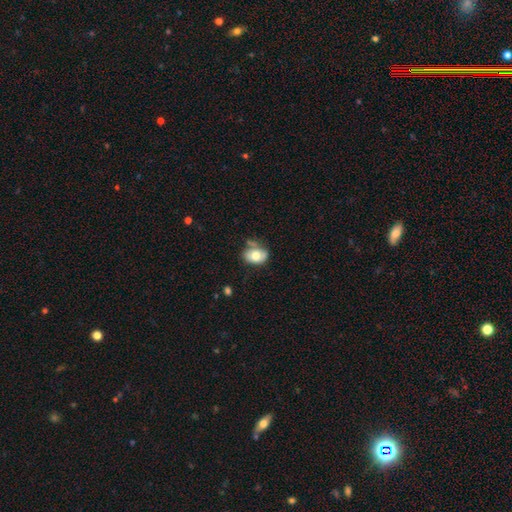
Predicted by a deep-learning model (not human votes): smooth_or_featured: smooth (p=0.67) [alt: featured or disk p=0.25]
how_rounded: in between (p=0.68) [alt: round p=0.31]
merging: none (p=0.43) [alt: minor disturbance p=0.30]